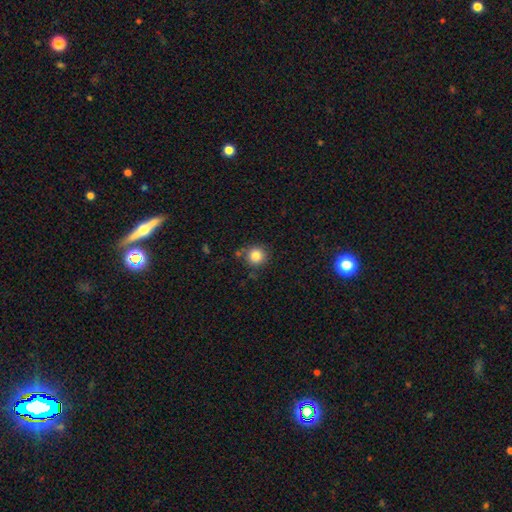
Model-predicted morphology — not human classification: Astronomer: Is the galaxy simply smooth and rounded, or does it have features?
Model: smooth — 84%.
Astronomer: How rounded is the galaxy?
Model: round — 93%.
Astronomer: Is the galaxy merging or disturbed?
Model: none — 79%.